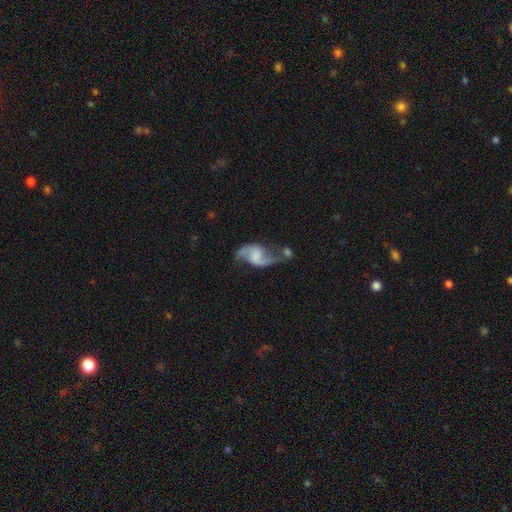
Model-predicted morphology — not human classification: This appears to be a featured or disk galaxy (83%) with no bar (48%), 2 (92%) loose (73%) spiral arms (94%) and no central bulge (46%). Merging: none (44%).